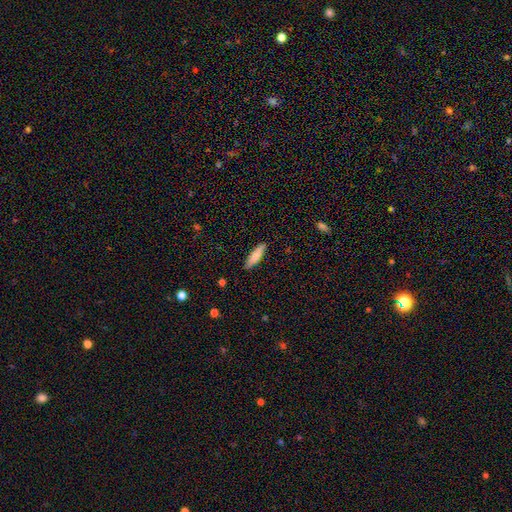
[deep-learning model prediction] This is likely a smooth galaxy (79%). How rounded: likely cigar-shaped (70%). Merging: clearly none (88%).